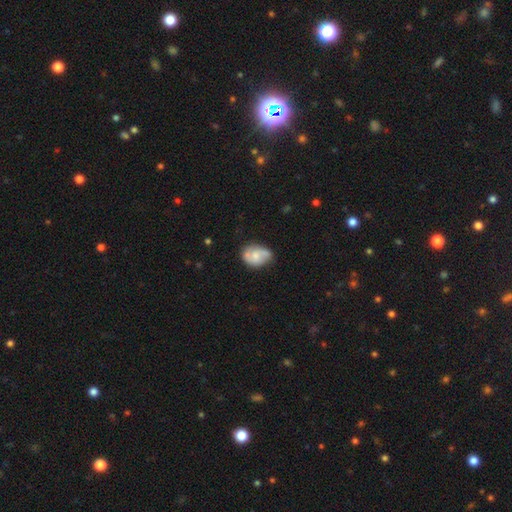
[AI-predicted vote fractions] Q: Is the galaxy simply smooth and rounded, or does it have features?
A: featured or disk — 47%.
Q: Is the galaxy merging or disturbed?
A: none — 56%.